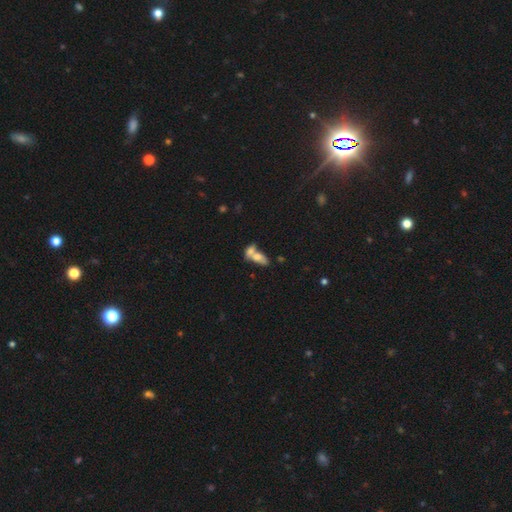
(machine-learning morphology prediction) Q: Smooth or featured?
A: smooth (66%); runner-up: featured or disk (24%)
Q: How rounded?
A: in between (81%); runner-up: cigar-shaped (12%)
Q: Merging?
A: merger (68%); runner-up: none (20%)